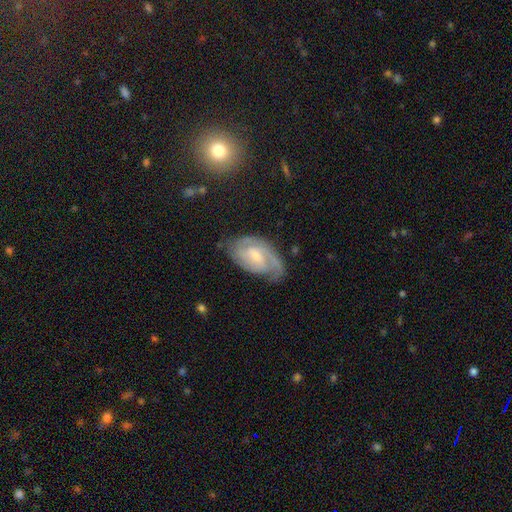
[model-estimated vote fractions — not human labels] Smooth or featured? featured or disk (79%)
Edge-on disk? no (96%)
Bar? weak (54%)
Spiral arms? yes (94%)
Spiral winding? tight (51%)
Spiral arm count? 2 (54%)
Bulge size? small (51%)
Merging? none (66%)